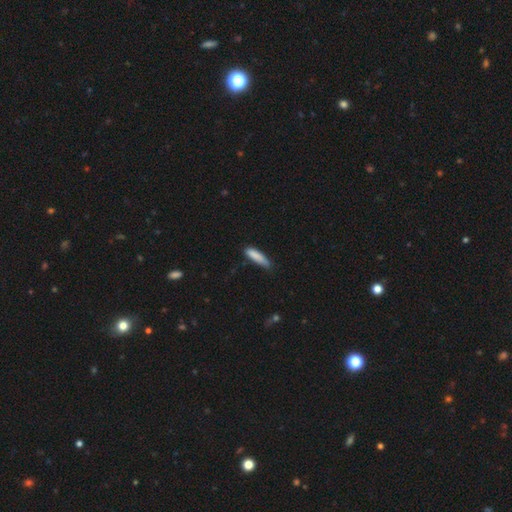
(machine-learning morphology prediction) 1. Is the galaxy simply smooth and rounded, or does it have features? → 85% smooth, 9% featured or disk, 6% star or artifact.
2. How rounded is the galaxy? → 76% cigar-shaped, 23% in between, 1% round.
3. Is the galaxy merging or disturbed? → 64% none, 29% minor disturbance, 5% major disturbance, 2% merger.